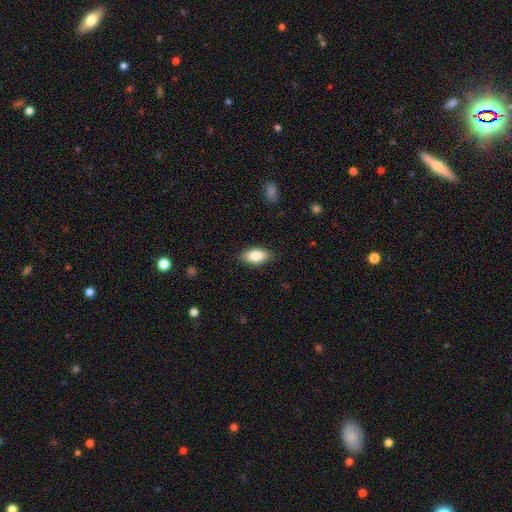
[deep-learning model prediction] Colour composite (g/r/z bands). It shows a smooth galaxy with no disk features (85%) that is in between round and cigar-shaped (91%). Merging: none (87%).